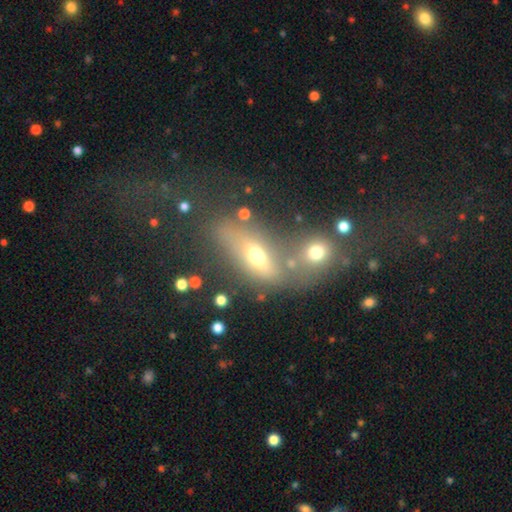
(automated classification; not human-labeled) Smooth or featured? smooth (53%)
How rounded? in between (63%)
Merging? merger (39%)